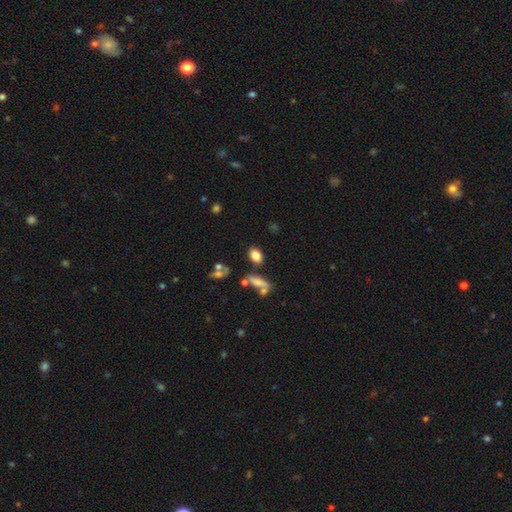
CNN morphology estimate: Smooth or featured? smooth (81%)
How rounded? in between (81%)
Merging? none (71%)